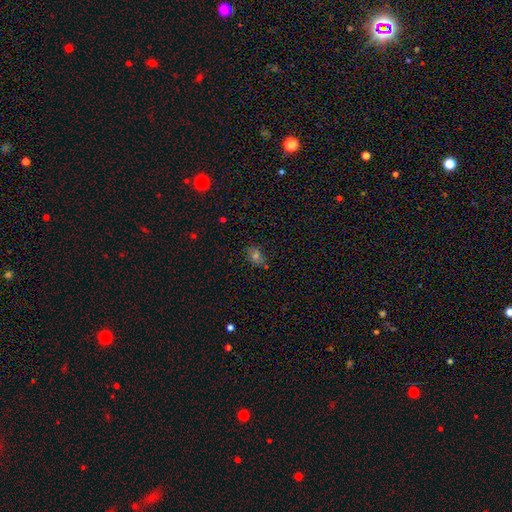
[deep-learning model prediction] Smooth or featured: smooth — 49% (star or artifact — 29%)
Merging: none — 77% (minor disturbance — 16%)